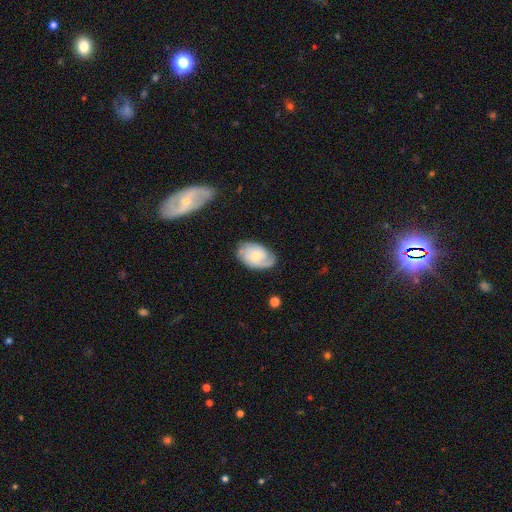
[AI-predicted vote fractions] smooth_or_featured: featured or disk (p=0.60) [alt: smooth p=0.34]
disk_edge_on: no (p=0.95) [alt: yes p=0.05]
bar: no (p=0.68) [alt: weak p=0.28]
has_spiral_arms: yes (p=0.87) [alt: no p=0.13]
bulge_size: small (p=0.54) [alt: moderate p=0.39]
merging: none (p=0.71) [alt: minor disturbance p=0.21]